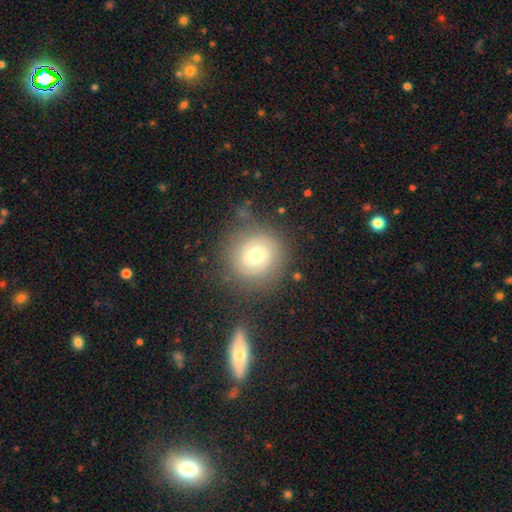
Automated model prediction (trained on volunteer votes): A featured or disk galaxy (47%). Merging: none (76%).